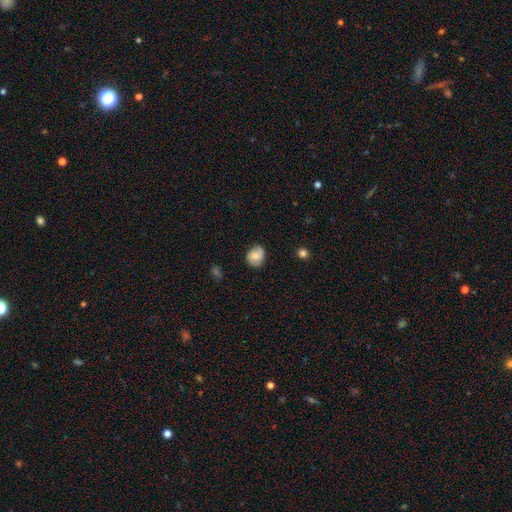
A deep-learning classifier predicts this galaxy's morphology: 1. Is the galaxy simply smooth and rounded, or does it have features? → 64% smooth, 28% featured or disk, 8% star or artifact.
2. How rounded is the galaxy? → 63% round, 36% in between, 1% cigar-shaped.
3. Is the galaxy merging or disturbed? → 65% none, 28% minor disturbance, 6% major disturbance, 2% merger.